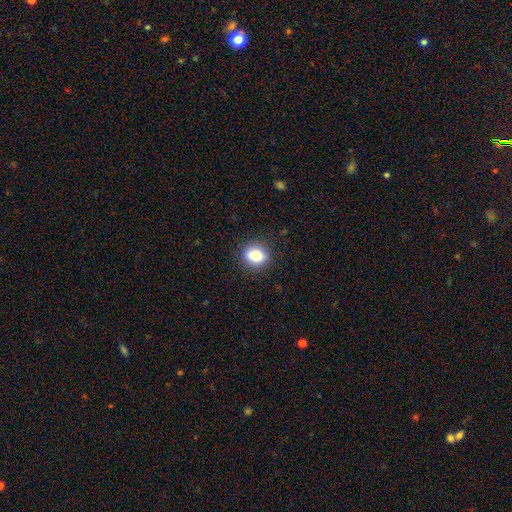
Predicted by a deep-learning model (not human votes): Q: Smooth or featured?
A: smooth (84%); runner-up: star or artifact (10%)
Q: How rounded?
A: round (60%); runner-up: in between (39%)
Q: Merging?
A: none (87%); runner-up: minor disturbance (9%)